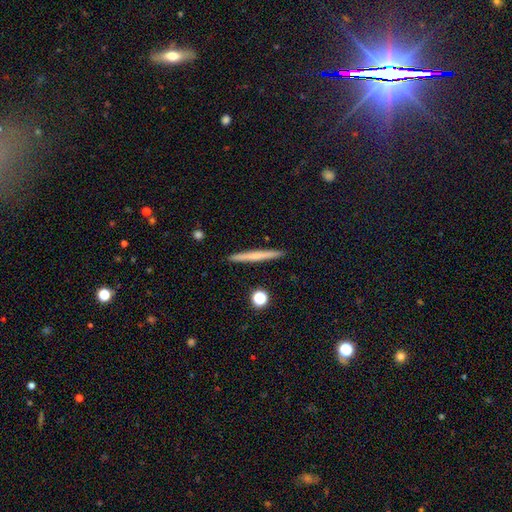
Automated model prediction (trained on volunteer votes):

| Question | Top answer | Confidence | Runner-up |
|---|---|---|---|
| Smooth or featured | smooth | 56% | featured or disk (38%) |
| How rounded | cigar-shaped | 96% | in between (2%) |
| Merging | none | 92% | minor disturbance (5%) |